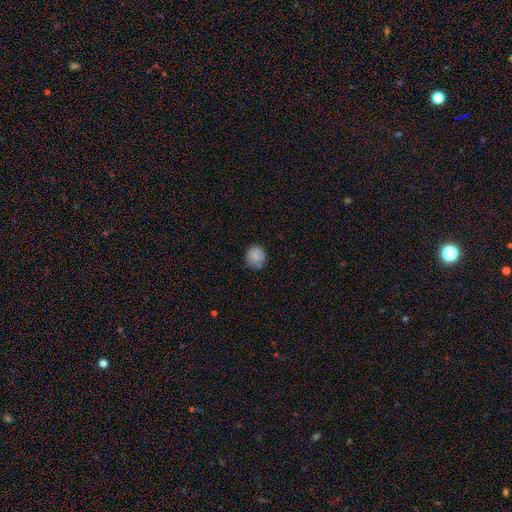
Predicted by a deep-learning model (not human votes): This is likely a smooth galaxy (75%). How rounded: clearly round (87%). Merging: likely none (74%).